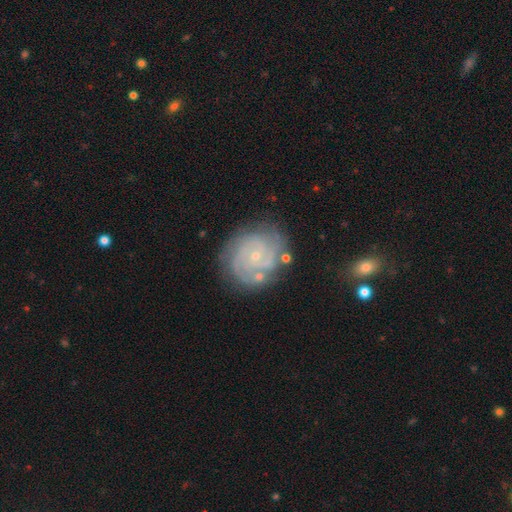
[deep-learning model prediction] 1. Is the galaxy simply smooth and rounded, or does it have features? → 85% featured or disk, 9% smooth, 6% star or artifact.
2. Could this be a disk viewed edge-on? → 98% no, 2% yes.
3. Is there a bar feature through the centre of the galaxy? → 74% no, 22% weak, 4% strong.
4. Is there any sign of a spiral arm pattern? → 96% yes, 4% no.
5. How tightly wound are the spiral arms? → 71% tight, 24% medium, 4% loose.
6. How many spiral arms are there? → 34% 2, 25% 3, 21% can't tell, 10% 4, 5% more than 4, 5% 1.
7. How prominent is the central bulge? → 82% small, 14% moderate, 2% none, 1% large, 1% dominant.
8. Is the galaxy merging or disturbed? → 76% none, 15% minor disturbance, 5% major disturbance, 4% merger.